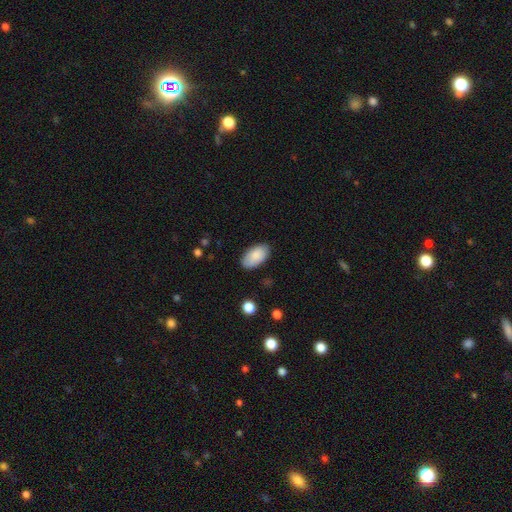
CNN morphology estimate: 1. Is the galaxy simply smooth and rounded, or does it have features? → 87% smooth, 7% featured or disk, 6% star or artifact.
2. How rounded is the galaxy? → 95% in between, 3% round, 2% cigar-shaped.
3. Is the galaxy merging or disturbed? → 83% none, 13% minor disturbance, 3% major disturbance, 1% merger.